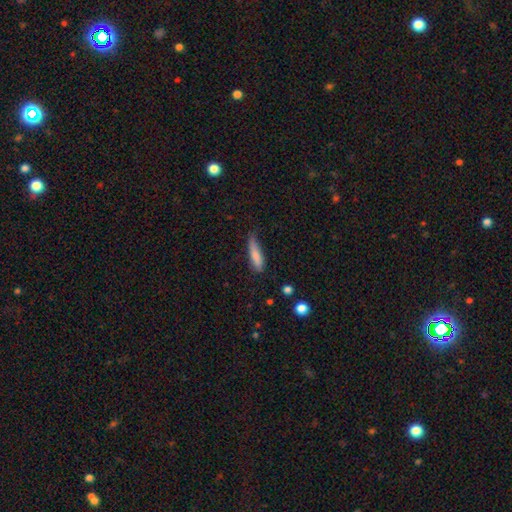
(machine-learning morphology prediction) Q: Smooth or featured?
A: smooth (80%); runner-up: featured or disk (13%)
Q: How rounded?
A: cigar-shaped (75%); runner-up: in between (23%)
Q: Merging?
A: none (54%); runner-up: minor disturbance (35%)